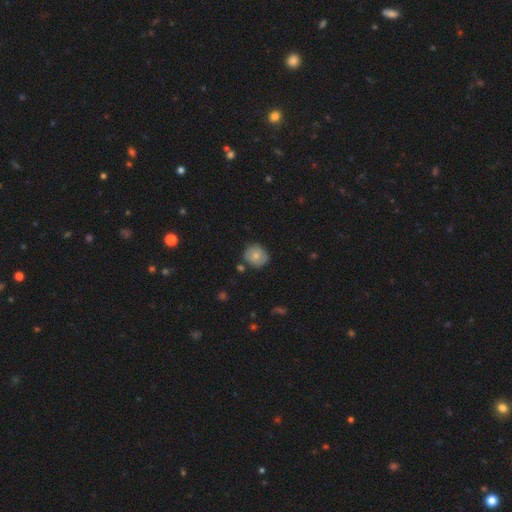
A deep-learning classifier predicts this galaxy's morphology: Overall: smooth (70%). How rounded: round (85%). Merging: none (76%).